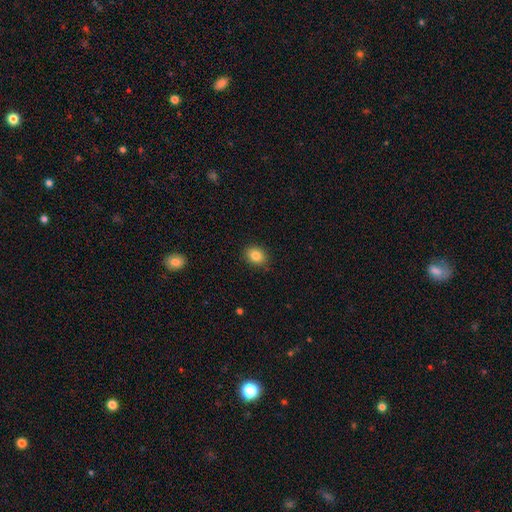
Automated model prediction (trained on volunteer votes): Morphology: type=smooth (83%); roundness=in between (54%); merging=none (88%).